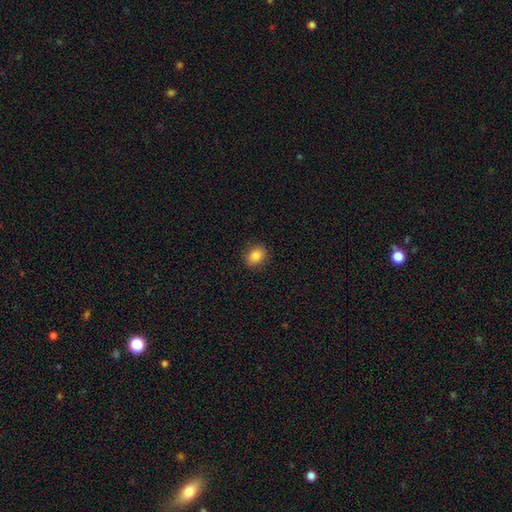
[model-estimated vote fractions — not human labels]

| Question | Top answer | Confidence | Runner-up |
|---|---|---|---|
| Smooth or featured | smooth | 85% | star or artifact (10%) |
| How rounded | in between | 56% | round (43%) |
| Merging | none | 88% | minor disturbance (8%) |